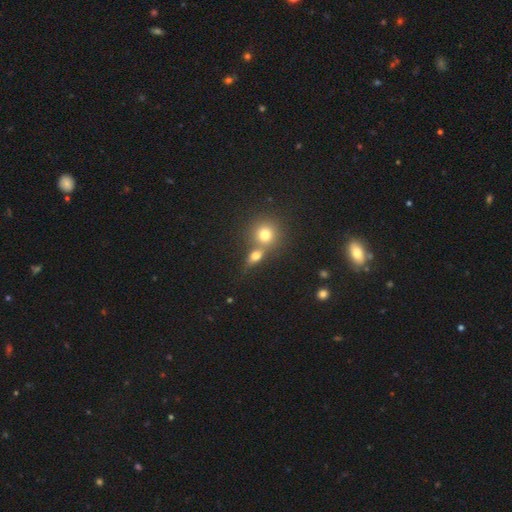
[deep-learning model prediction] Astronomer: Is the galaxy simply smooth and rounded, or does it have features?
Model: smooth — 71%.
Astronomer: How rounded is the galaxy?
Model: in between — 47% (runner-up: round, 46%).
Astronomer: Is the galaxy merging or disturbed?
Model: merger — 44% (runner-up: none, 42%).